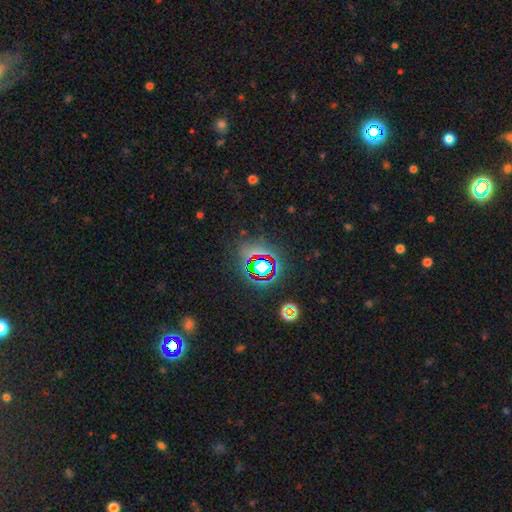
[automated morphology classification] This appears to be a star or artifact, not a galaxy (72%).